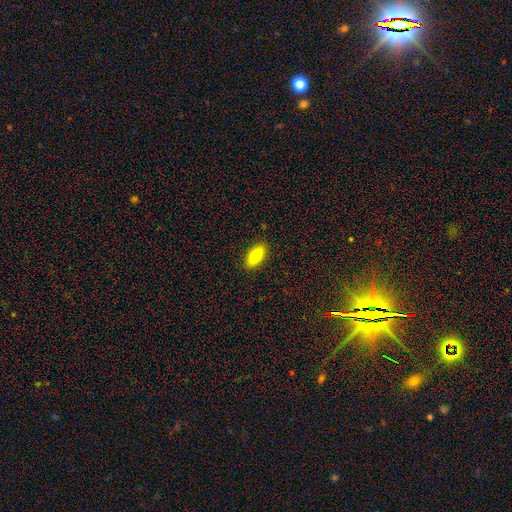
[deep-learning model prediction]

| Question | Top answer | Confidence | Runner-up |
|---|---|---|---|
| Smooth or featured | smooth | 79% | featured or disk (14%) |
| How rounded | in between | 79% | cigar-shaped (18%) |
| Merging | none | 89% | minor disturbance (8%) |